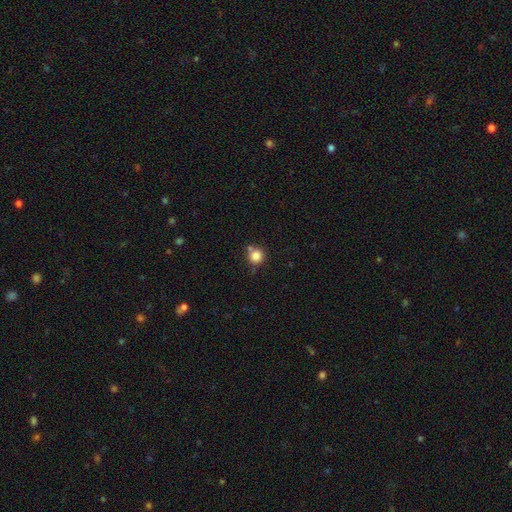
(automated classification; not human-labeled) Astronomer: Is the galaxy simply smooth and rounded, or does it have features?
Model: smooth — 83%.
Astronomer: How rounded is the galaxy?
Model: round — 91%.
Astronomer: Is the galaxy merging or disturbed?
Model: none — 68%.